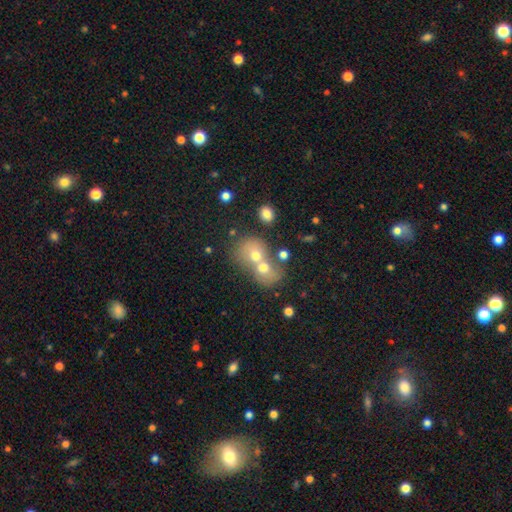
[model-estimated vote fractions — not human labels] Overall: smooth (56%; featured or disk 27%). How rounded: round (59%; in between 40%). Merging: merger (70%).